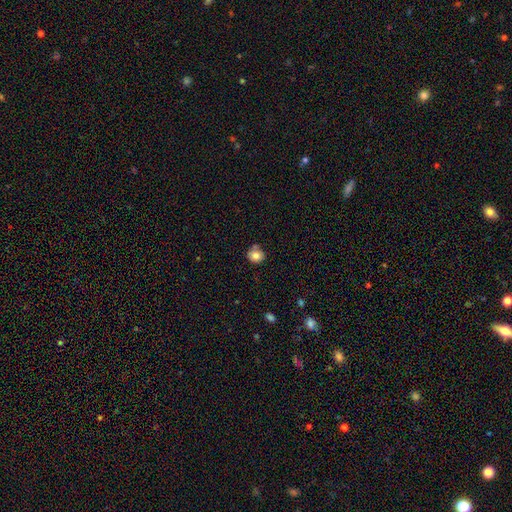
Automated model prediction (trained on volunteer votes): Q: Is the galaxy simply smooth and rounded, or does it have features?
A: smooth — 80%.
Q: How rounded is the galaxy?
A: round — 83%.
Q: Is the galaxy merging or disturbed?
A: none — 68%.